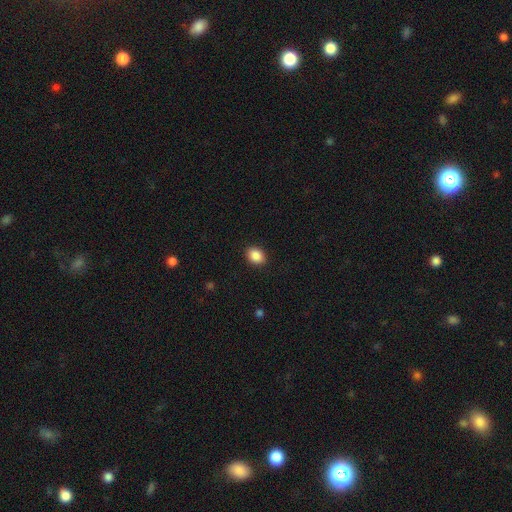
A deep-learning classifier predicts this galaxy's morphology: Smooth or featured?
  - smooth: 89% *
  - star or artifact: 8%
  - featured or disk: 4%
How rounded?
  - in between: 67% *
  - round: 32%
  - cigar-shaped: 1%
Merging?
  - none: 90% *
  - minor disturbance: 7%
  - major disturbance: 2%
  - merger: 1%